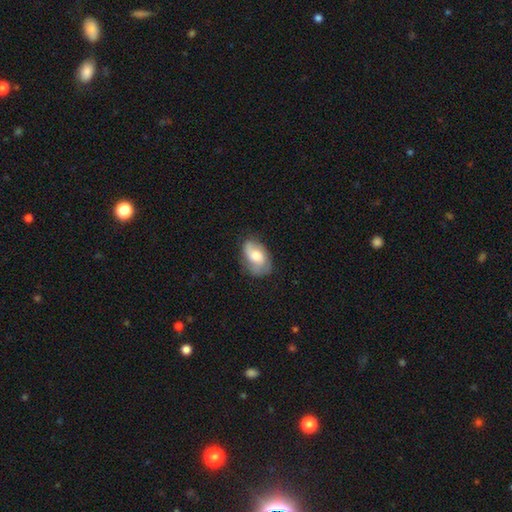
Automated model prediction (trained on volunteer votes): Q: Smooth or featured?
A: smooth (53%); runner-up: featured or disk (40%)
Q: How rounded?
A: in between (88%); runner-up: round (10%)
Q: Merging?
A: none (63%); runner-up: minor disturbance (26%)